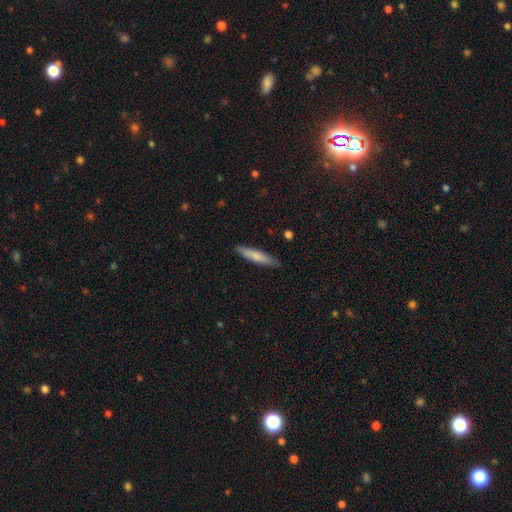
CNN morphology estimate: The model was most divided on "smooth or featured": smooth: 72%, featured or disk: 23%, star or artifact: 5%. More confident: how rounded — cigar-shaped (88%); merging — none (87%).